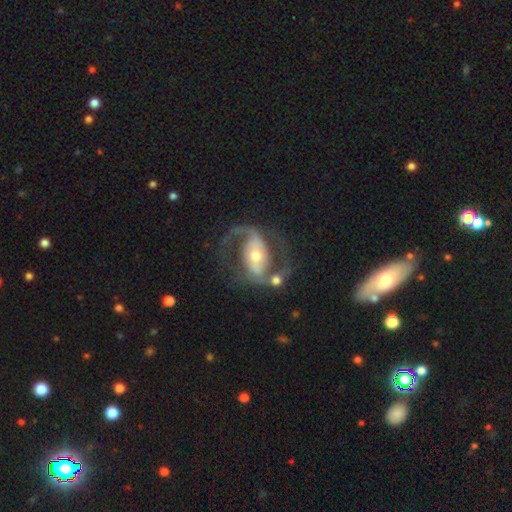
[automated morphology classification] smooth-or-featured: featured or disk: 88% | smooth: 7% | star or artifact: 5%
  disk-edge-on: no: 97% | yes: 3%
    bar: strong: 35% | weak: 33% | no: 31%
    has-spiral-arms: yes: 94% | no: 6%
      spiral-winding: medium: 51% | loose: 35% | tight: 13%
      spiral-arm-count: 2: 90% | 1: 4% | can't tell: 3% | 3: 1% | 4: 1% | more than 4: 1%
    bulge-size: moderate: 58% | small: 33% | large: 6% | dominant: 1% | none: 1%
  merging: none: 65% | minor disturbance: 14% | major disturbance: 14% | merger: 7%